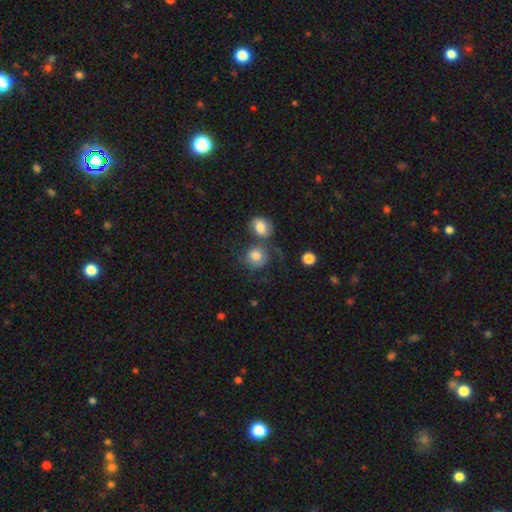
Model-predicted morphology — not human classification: Q: Smooth or featured?
A: smooth (63%); runner-up: featured or disk (28%)
Q: How rounded?
A: round (78%); runner-up: in between (21%)
Q: Merging?
A: none (40%); runner-up: merger (30%)